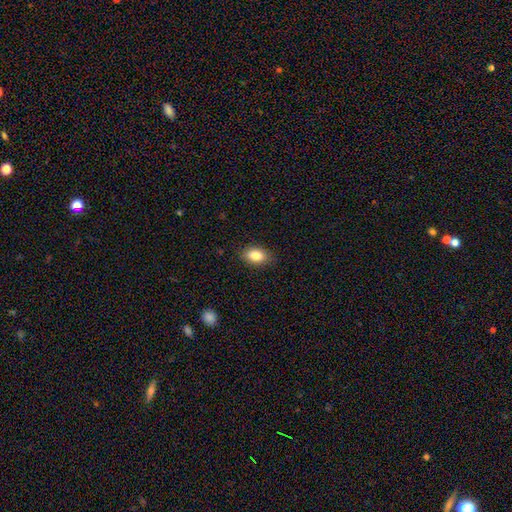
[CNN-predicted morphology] Smooth or featured? Predicted: smooth (p=0.84). How rounded? Predicted: in between (p=0.88). Merging? Predicted: none (p=0.86).